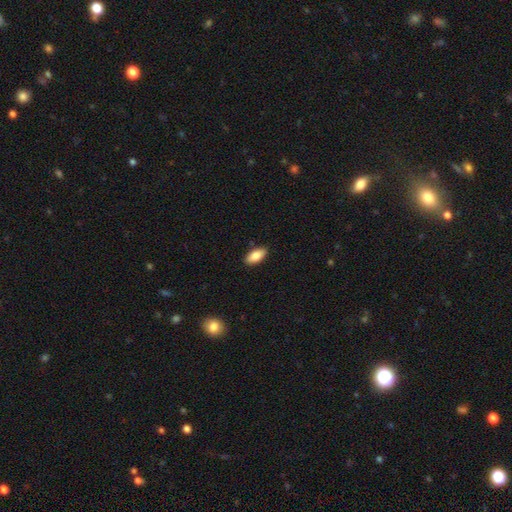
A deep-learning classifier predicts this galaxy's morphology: smooth 84%, featured or disk 9%, star or artifact 6%. Down the decision tree: how rounded — in between (91%); merging — none (89%).